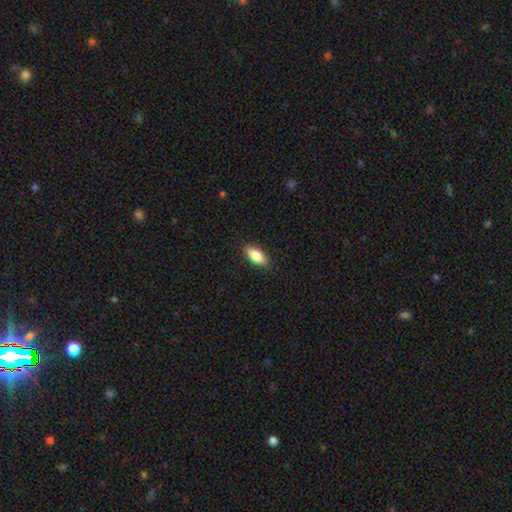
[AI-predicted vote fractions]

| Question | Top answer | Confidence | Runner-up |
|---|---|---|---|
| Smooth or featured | smooth | 84% | featured or disk (9%) |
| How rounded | in between | 86% | cigar-shaped (11%) |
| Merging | none | 86% | minor disturbance (11%) |